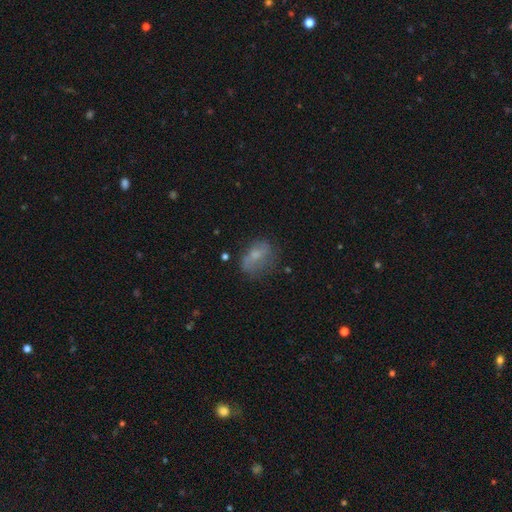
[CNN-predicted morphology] smooth_or_featured: smooth (p=0.59) [alt: featured or disk p=0.29]
how_rounded: in between (p=0.73) [alt: round p=0.24]
merging: none (p=0.47) [alt: minor disturbance p=0.28]